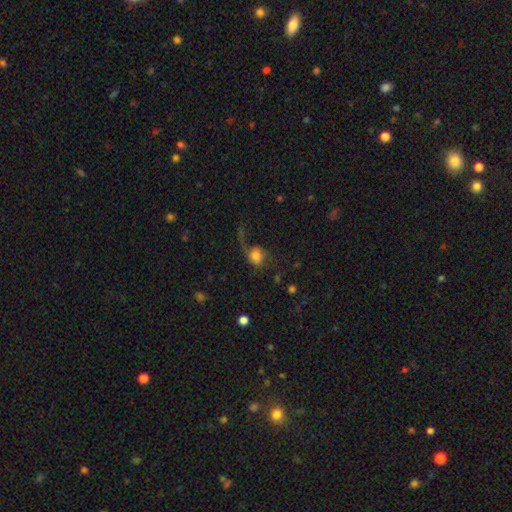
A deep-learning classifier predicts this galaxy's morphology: smooth_or_featured: smooth (p=0.58) [alt: featured or disk p=0.32]
how_rounded: round (p=0.60) [alt: in between p=0.39]
merging: major disturbance (p=0.47) [alt: none p=0.32]